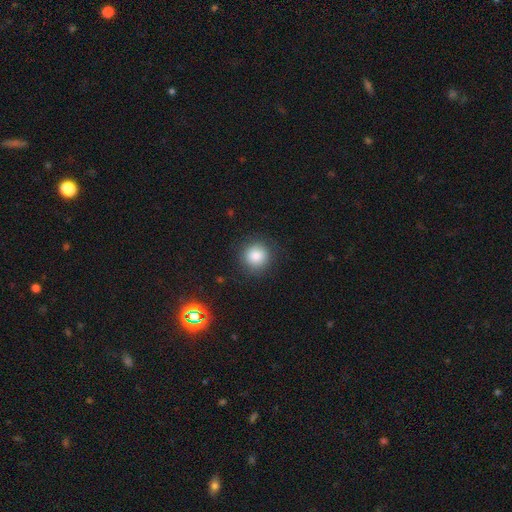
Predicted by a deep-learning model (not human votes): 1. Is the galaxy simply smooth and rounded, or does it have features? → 84% smooth, 10% star or artifact, 6% featured or disk.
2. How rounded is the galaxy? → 91% round, 8% in between, 1% cigar-shaped.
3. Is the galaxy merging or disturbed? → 87% none, 9% minor disturbance, 3% major disturbance, 1% merger.